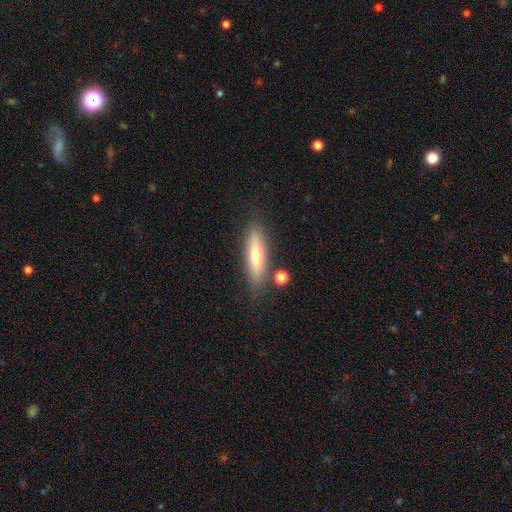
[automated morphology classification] This is likely a smooth galaxy (60%). How rounded: likely cigar-shaped (73%). Merging: likely none (80%).